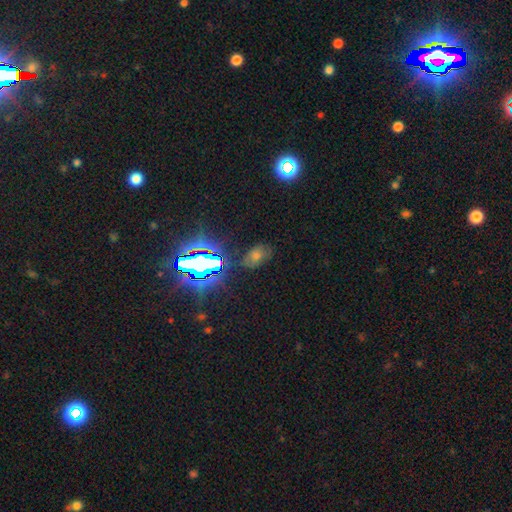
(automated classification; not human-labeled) This appears to be a star or artifact, not a galaxy (51%).